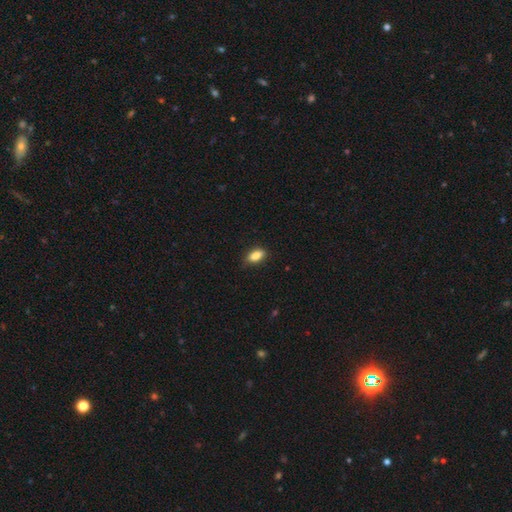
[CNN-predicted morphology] This is clearly a smooth galaxy (87%). How rounded: clearly in between (87%). Merging: clearly none (81%).